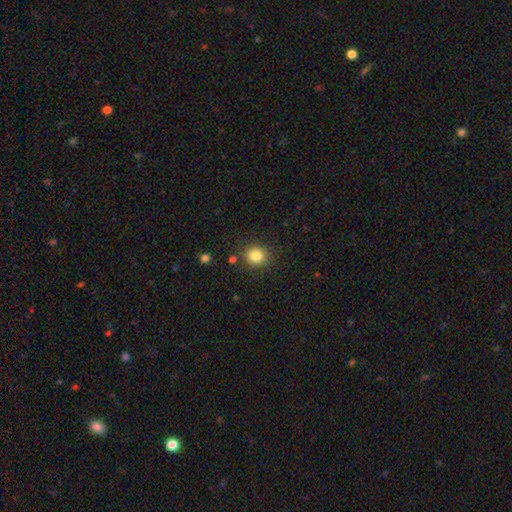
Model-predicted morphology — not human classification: A smooth galaxy with no disk features (83%) that is round (84%). Merging: none (85%).